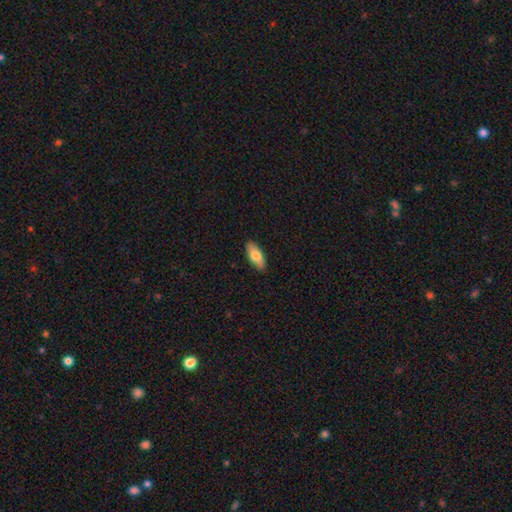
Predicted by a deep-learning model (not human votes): smooth_or_featured: smooth (p=0.77) [alt: featured or disk p=0.17]
how_rounded: in between (p=0.81) [alt: cigar-shaped p=0.16]
merging: none (p=0.89) [alt: minor disturbance p=0.08]